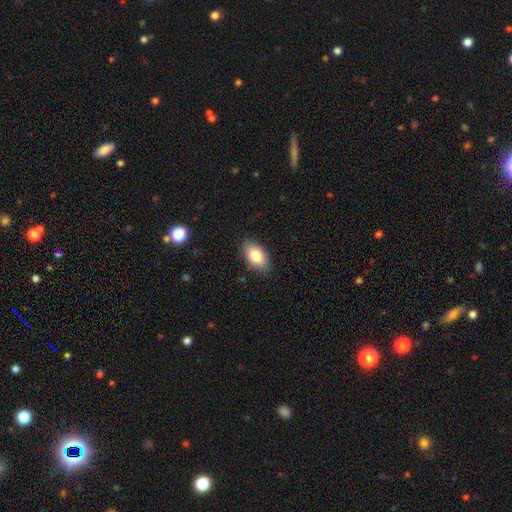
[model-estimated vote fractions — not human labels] smooth 84%, featured or disk 9%, star or artifact 7%. Down the decision tree: how rounded — in between (92%); merging — none (86%).